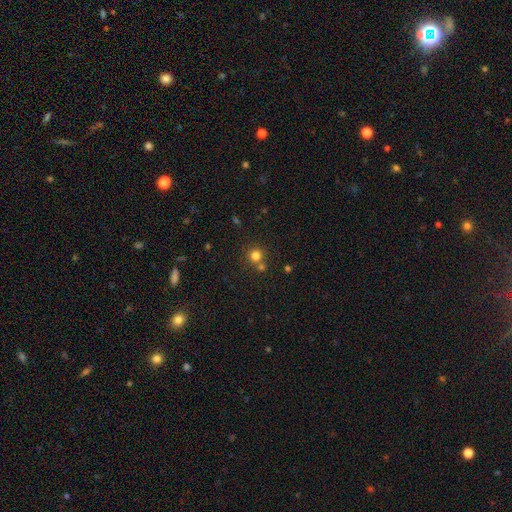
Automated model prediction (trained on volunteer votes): Smooth or featured: smooth — 78% (star or artifact — 15%)
How rounded: round — 93% (in between — 6%)
Merging: none — 68% (merger — 23%)